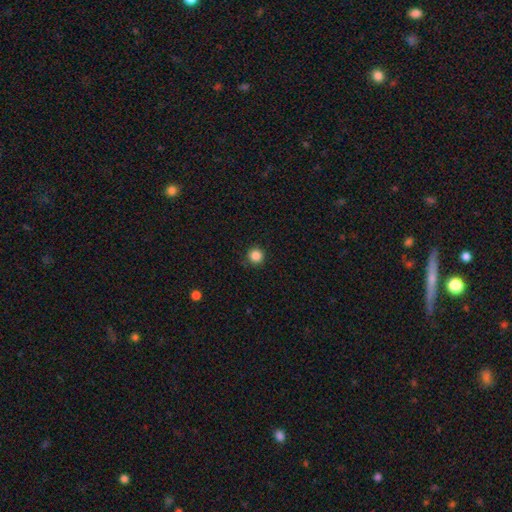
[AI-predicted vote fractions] This appears to be a smooth galaxy with no disk features (85%) that is round (96%). Merging: none (90%).